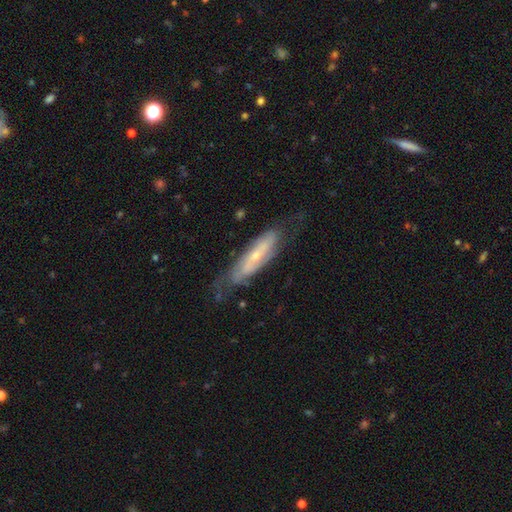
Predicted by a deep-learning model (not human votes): Morphology: type=featured or disk (72%); edge-on=no (70%); bar=no (47%); spiral arms=yes (84%); bulge=small (68%); merging=none (66%).